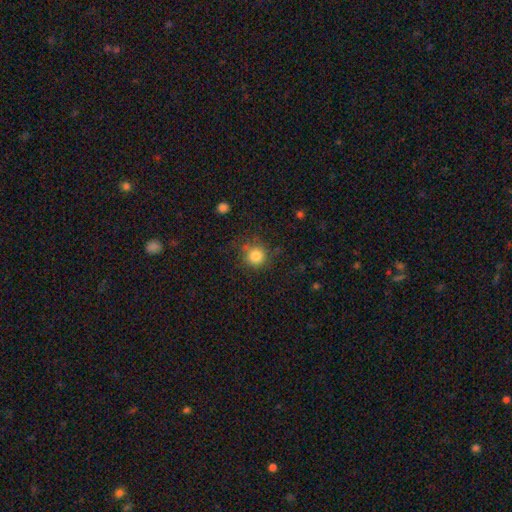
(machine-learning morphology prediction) type=smooth (82%); roundness=round (93%); merging=none (80%).